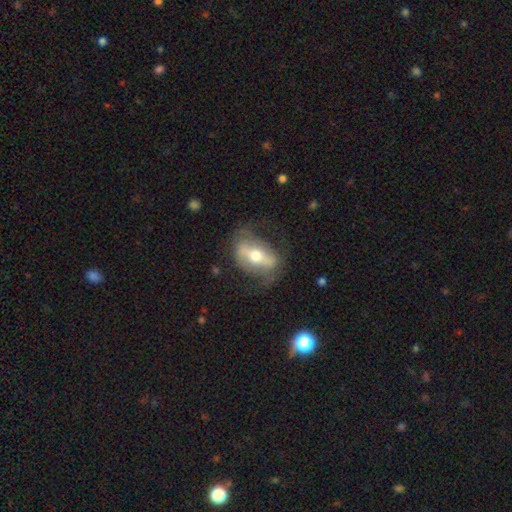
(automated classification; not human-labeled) This appears to be a featured or disk galaxy (63%). Merging: none (63%).